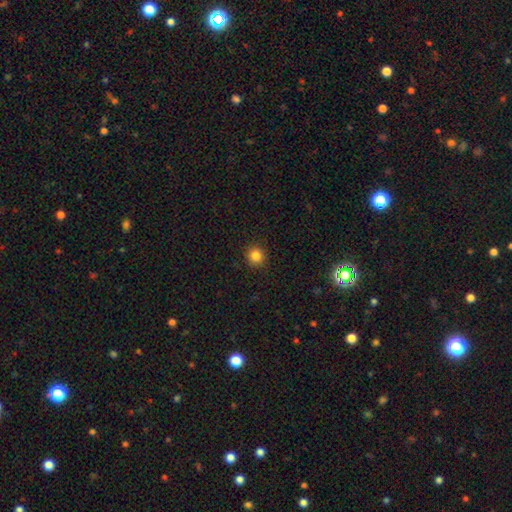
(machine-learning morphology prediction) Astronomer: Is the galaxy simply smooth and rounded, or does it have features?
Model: smooth — 84%.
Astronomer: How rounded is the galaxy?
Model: round — 93%.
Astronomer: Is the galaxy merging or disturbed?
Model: none — 91%.